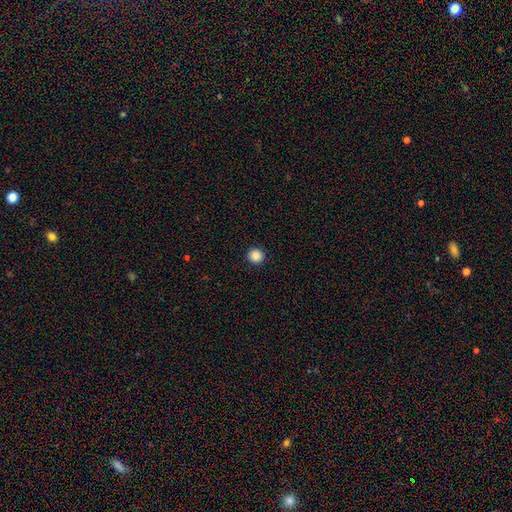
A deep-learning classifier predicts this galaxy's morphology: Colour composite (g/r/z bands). It shows a smooth galaxy with no disk features (87%) that is round (95%). Merging: none (93%).